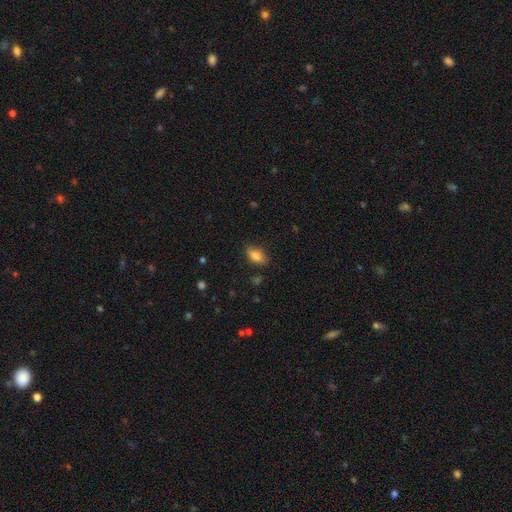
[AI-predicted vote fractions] smooth_or_featured: smooth (p=0.83) [alt: featured or disk p=0.09]
how_rounded: in between (p=0.88) [alt: cigar-shaped p=0.06]
merging: none (p=0.82) [alt: minor disturbance p=0.13]